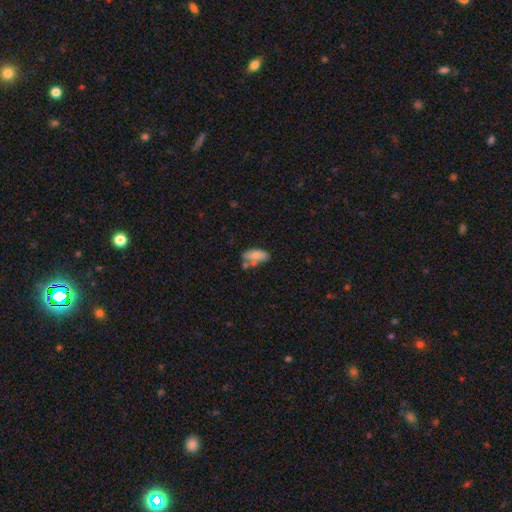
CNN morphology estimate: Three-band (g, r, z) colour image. It shows a smooth galaxy with no disk features (72%) that is in between round and cigar-shaped (86%). Merging: none (45%).